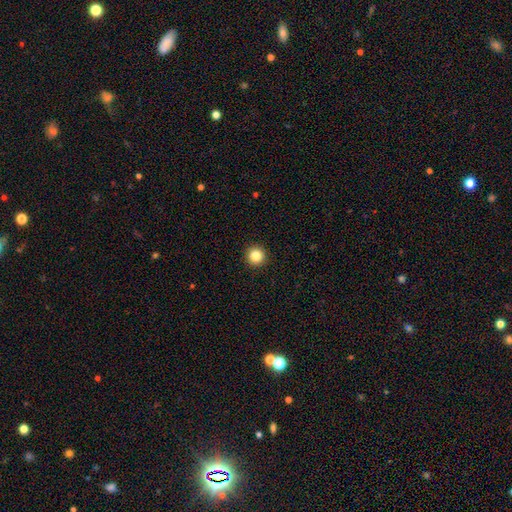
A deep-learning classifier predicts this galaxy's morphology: smooth_or_featured: smooth (p=0.84) [alt: star or artifact p=0.11]
how_rounded: round (p=0.96) [alt: in between p=0.03]
merging: none (p=0.94) [alt: minor disturbance p=0.04]